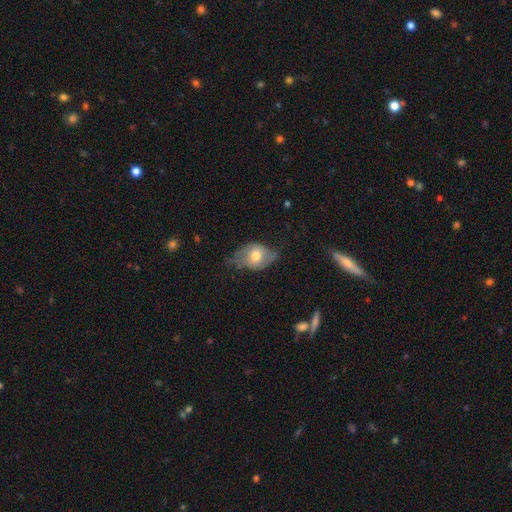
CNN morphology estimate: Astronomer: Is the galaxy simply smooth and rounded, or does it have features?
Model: smooth — 61%.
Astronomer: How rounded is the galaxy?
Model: in between — 74%.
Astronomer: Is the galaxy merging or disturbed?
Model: minor disturbance — 41% (runner-up: none, 38%).